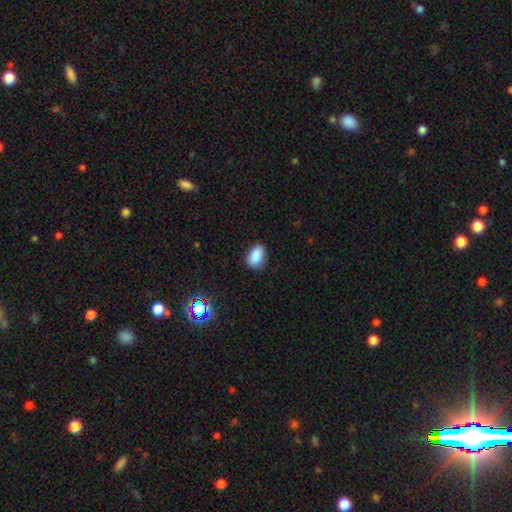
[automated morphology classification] Overall: smooth (87%). How rounded: in between (87%). Merging: none (81%).